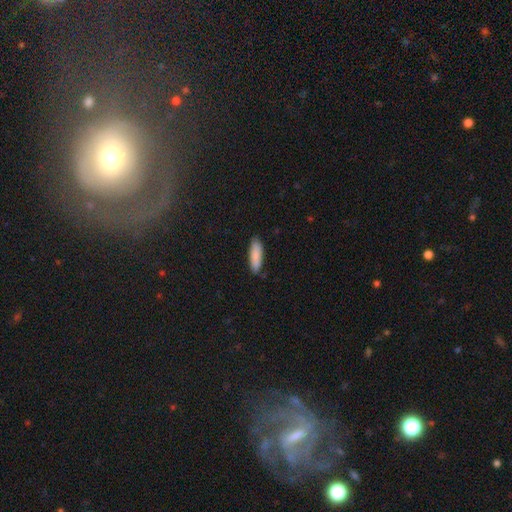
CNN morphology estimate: Smooth or featured? smooth (87%)
How rounded? cigar-shaped (53%)
Merging? none (83%)